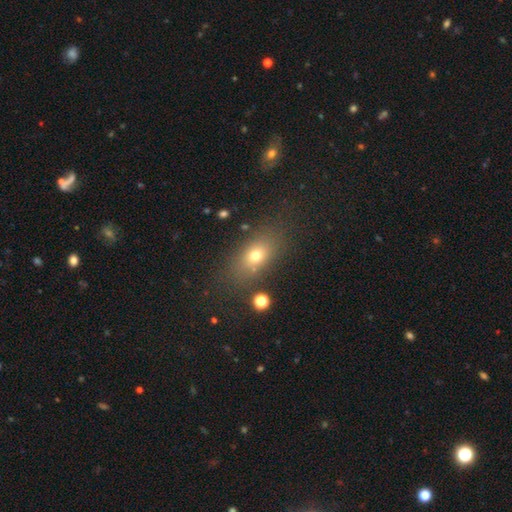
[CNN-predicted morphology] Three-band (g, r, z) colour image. It shows a smooth galaxy with no disk features (70%) that is in between round and cigar-shaped (72%). Merging: none (77%).